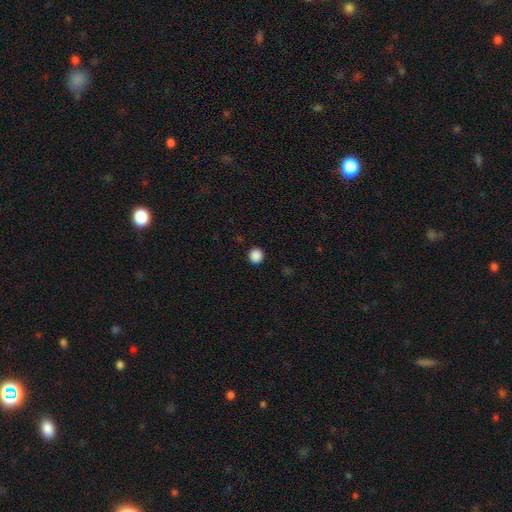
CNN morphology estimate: Overall: smooth (88%). How rounded: round (90%). Merging: none (93%).